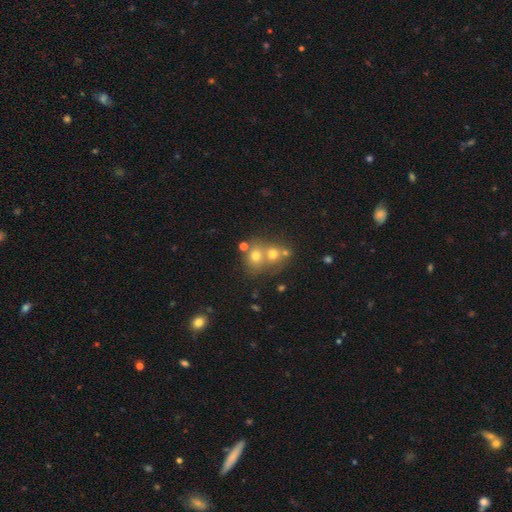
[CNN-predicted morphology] smooth 66%, featured or disk 18%, star or artifact 16%. Down the decision tree: how rounded — round (74%); merging — merger (51%).